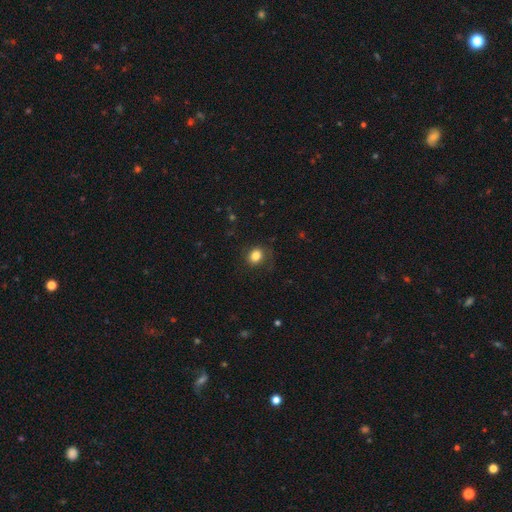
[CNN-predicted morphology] smooth-or-featured: smooth: 82% | star or artifact: 10% | featured or disk: 8%
  how-rounded: round: 59% | in between: 40% | cigar-shaped: 1%
  merging: none: 77% | minor disturbance: 15% | major disturbance: 7% | merger: 1%